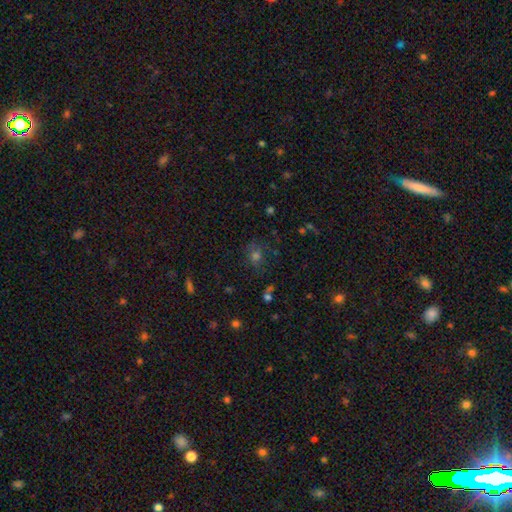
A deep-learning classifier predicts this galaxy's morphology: This is possibly a smooth galaxy (56%). How rounded: likely round (72%). Merging: likely none (74%).